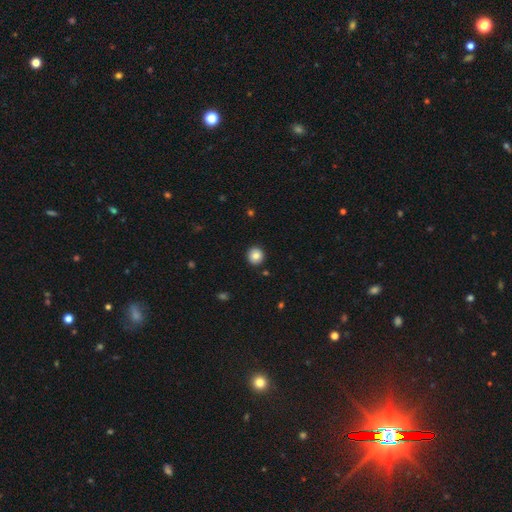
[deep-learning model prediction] A smooth galaxy with no disk features (83%) that is round (93%).

Vote fractions:
- Smooth or featured? smooth: 83% / star or artifact: 9% / featured or disk: 8%
- How rounded? round: 93% / in between: 6% / cigar-shaped: 1%
- Merging? none: 92% / minor disturbance: 5% / major disturbance: 2% / merger: 1%